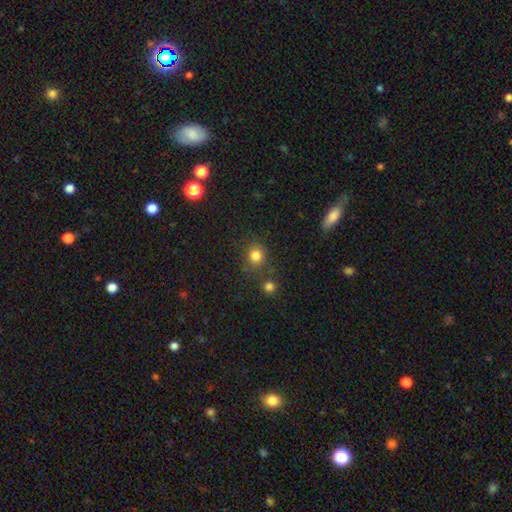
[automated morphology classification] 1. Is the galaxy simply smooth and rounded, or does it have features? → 80% smooth, 14% star or artifact, 6% featured or disk.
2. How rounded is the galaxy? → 85% round, 14% in between, 1% cigar-shaped.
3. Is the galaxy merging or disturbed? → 74% none, 11% minor disturbance, 10% merger, 5% major disturbance.